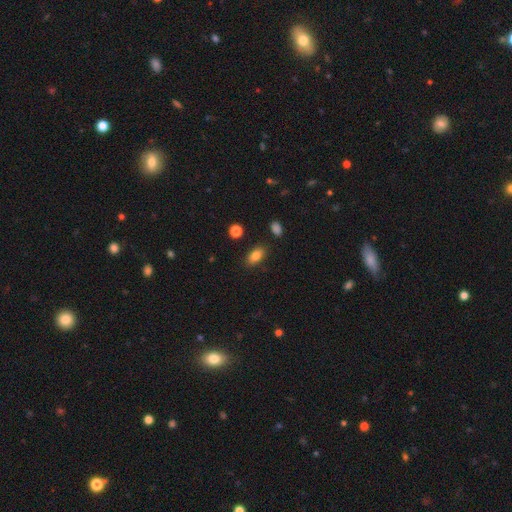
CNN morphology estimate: A smooth galaxy with no disk features (82%) that is in between round and cigar-shaped (88%). Merging: none (85%).